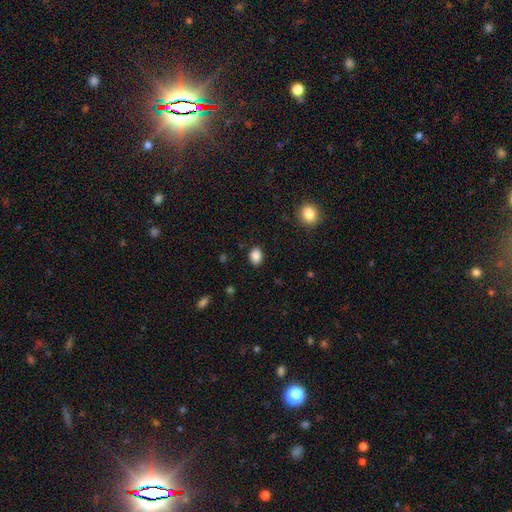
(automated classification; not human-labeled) Smooth or featured? Predicted: smooth (p=0.87). How rounded? Predicted: in between (p=0.61). Merging? Predicted: none (p=0.88).